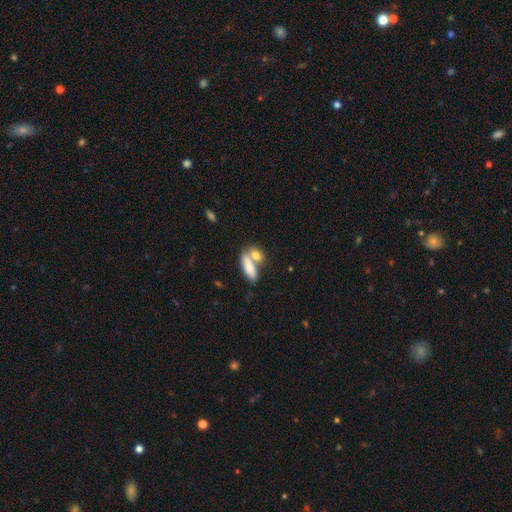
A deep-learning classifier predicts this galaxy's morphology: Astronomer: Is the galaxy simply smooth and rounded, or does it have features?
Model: smooth — 78%.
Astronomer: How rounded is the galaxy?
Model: in between — 70%.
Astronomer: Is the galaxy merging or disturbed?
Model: merger — 52% (runner-up: none, 34%).